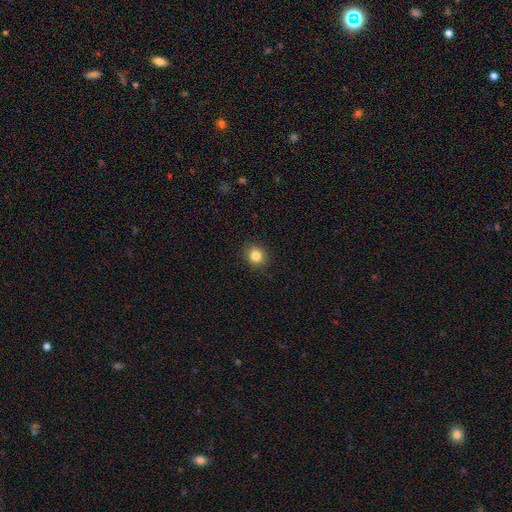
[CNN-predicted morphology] Q: Smooth or featured?
A: smooth (84%); runner-up: star or artifact (11%)
Q: How rounded?
A: round (78%); runner-up: in between (21%)
Q: Merging?
A: none (90%); runner-up: minor disturbance (7%)